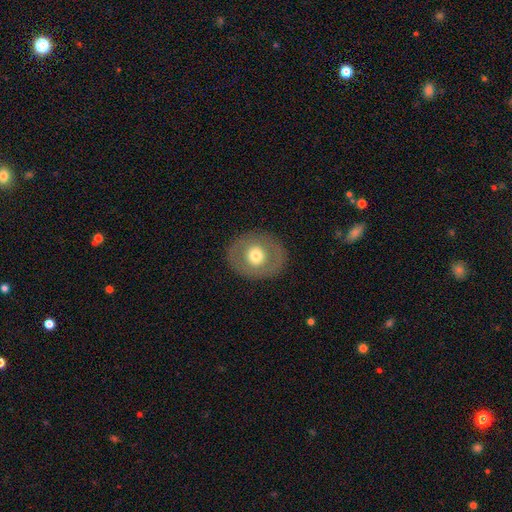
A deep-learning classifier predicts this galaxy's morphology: smooth 53%, featured or disk 40%, star or artifact 7%. Down the decision tree: how rounded — round (73%); merging — none (86%).